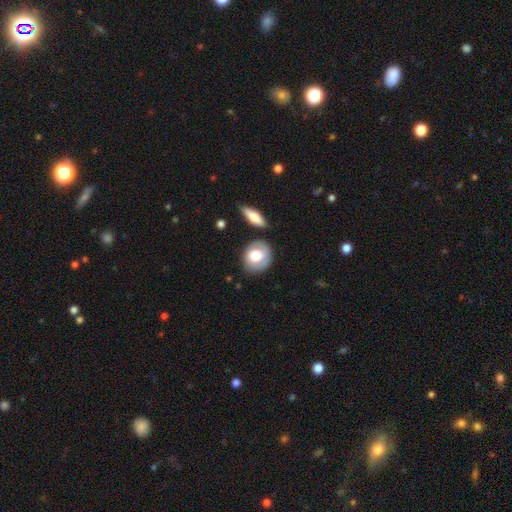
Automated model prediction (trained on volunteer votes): This is likely a smooth galaxy (65%). How rounded: likely round (63%). Merging: likely none (73%).